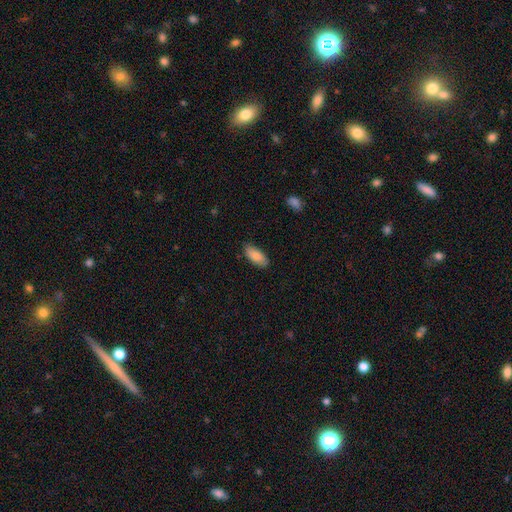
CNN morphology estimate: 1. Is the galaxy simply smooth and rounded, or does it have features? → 86% smooth, 8% featured or disk, 6% star or artifact.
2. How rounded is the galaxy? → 85% in between, 13% cigar-shaped, 2% round.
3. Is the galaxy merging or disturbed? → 83% none, 13% minor disturbance, 2% major disturbance, 1% merger.